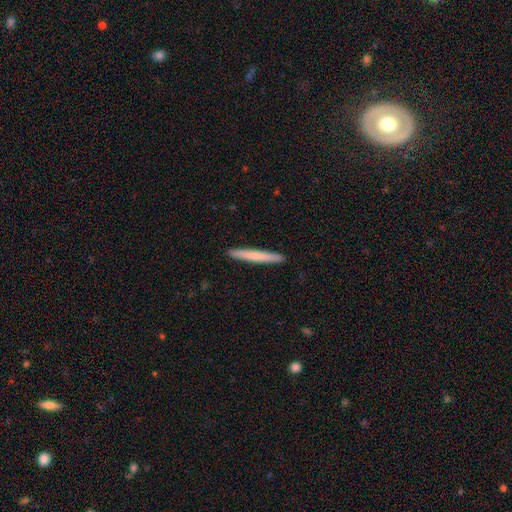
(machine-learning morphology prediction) Q: Smooth or featured?
A: smooth (68%); runner-up: featured or disk (27%)
Q: How rounded?
A: cigar-shaped (97%); runner-up: in between (2%)
Q: Merging?
A: none (93%); runner-up: minor disturbance (5%)